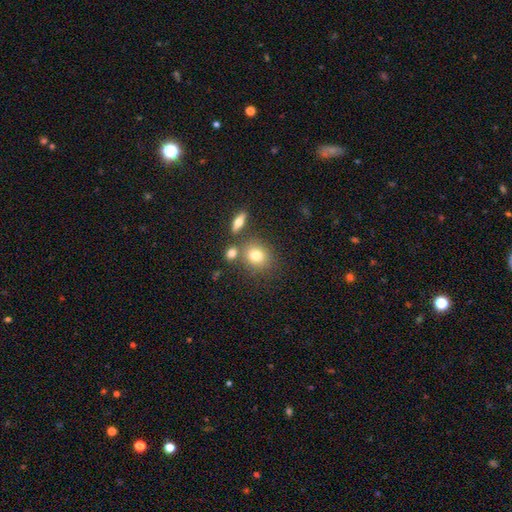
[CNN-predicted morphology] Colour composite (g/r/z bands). It shows a smooth galaxy with no disk features (78%) that is round (68%). Merging: none (67%).